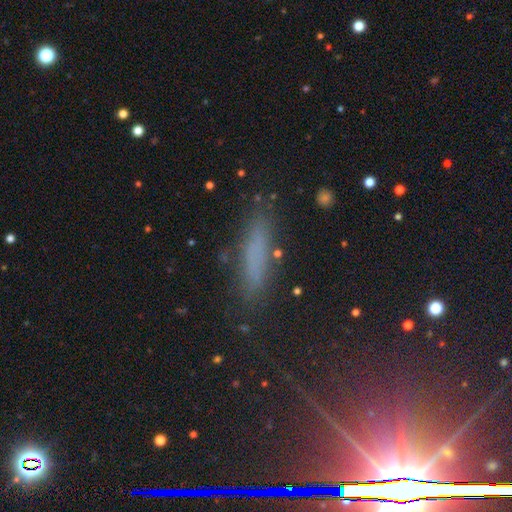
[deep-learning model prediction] This appears to be a smooth galaxy with no disk features (57%) that is cigar-shaped (82%). Merging: none (84%).